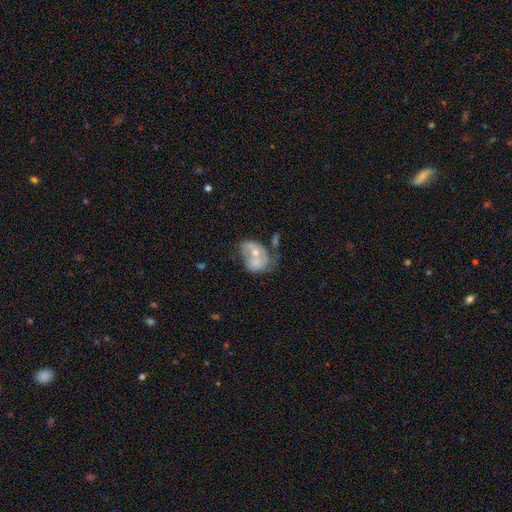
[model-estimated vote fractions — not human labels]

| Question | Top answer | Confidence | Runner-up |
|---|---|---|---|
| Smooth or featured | featured or disk | 53% | smooth (39%) |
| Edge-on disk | no | 97% | yes (3%) |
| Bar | no | 81% | weak (15%) |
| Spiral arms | no | 55% | yes (45%) |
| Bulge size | moderate | 49% | small (39%) |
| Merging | merger | 40% | major disturbance (21%) |